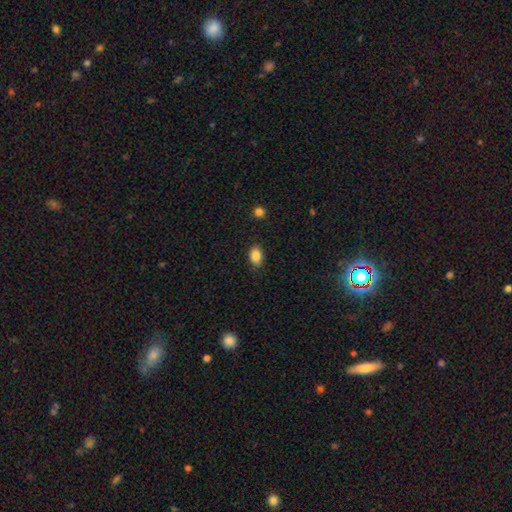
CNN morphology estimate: A smooth galaxy with no disk features (87%) that is in between round and cigar-shaped (84%). Merging: none (86%).